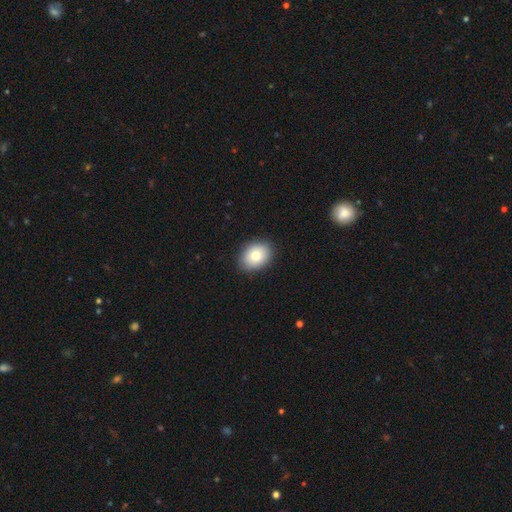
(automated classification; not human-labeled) Smooth or featured?
  - smooth: 77% *
  - featured or disk: 14%
  - star or artifact: 9%
How rounded?
  - in between: 62% *
  - round: 37%
  - cigar-shaped: 1%
Merging?
  - none: 89% *
  - minor disturbance: 8%
  - major disturbance: 2%
  - merger: 1%